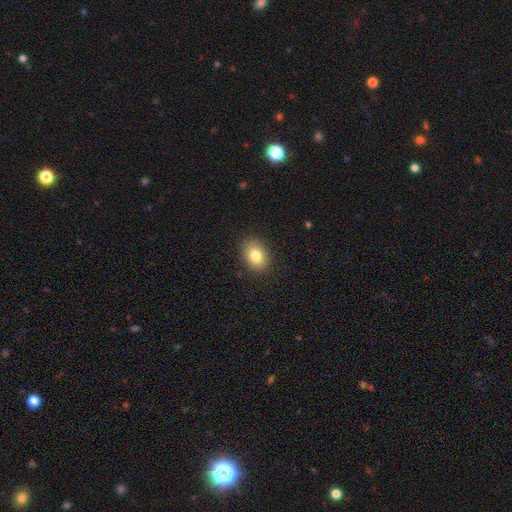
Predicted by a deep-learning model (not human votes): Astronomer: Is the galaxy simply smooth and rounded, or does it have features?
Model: smooth — 82%.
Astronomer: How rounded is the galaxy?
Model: in between — 67%.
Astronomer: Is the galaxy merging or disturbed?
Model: none — 88%.